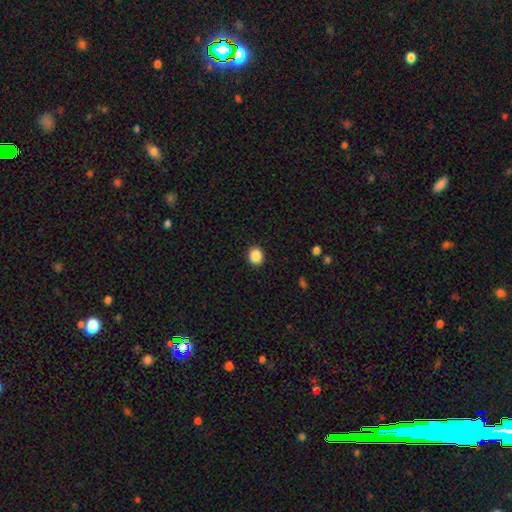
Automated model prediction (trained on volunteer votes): A smooth galaxy with no disk features (88%) that is round (73%). Merging: none (92%).